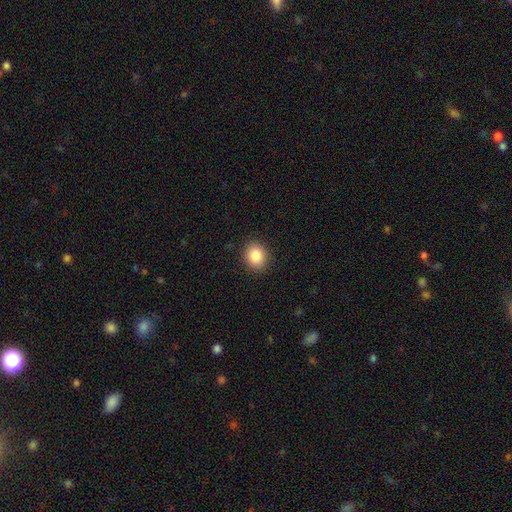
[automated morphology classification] Smooth or featured? smooth (85%)
How rounded? round (63%)
Merging? none (90%)